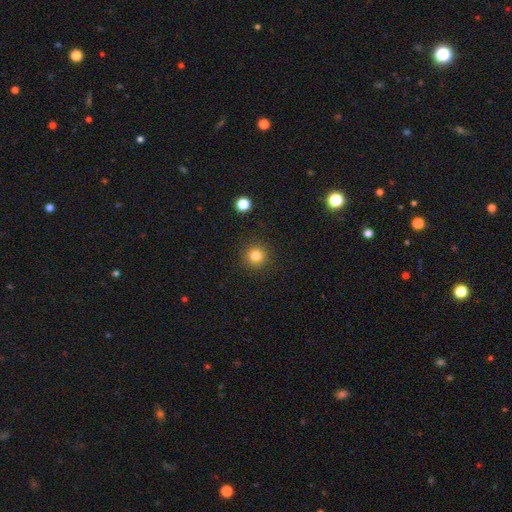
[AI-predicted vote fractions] Q: Smooth or featured?
A: smooth (81%); runner-up: star or artifact (13%)
Q: How rounded?
A: round (95%); runner-up: in between (4%)
Q: Merging?
A: none (91%); runner-up: minor disturbance (6%)